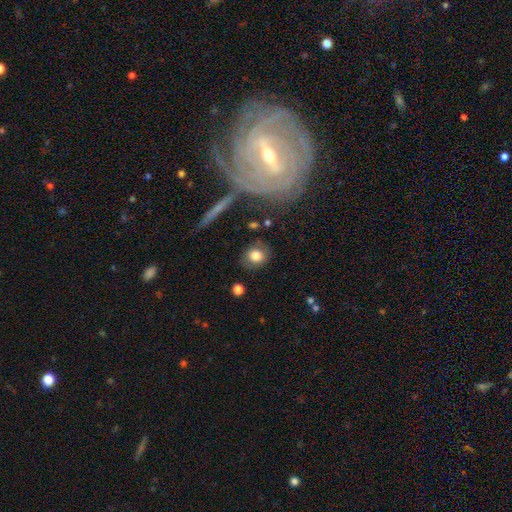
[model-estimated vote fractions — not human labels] A smooth galaxy with no disk features (79%) that is round (73%). Merging: none (80%).